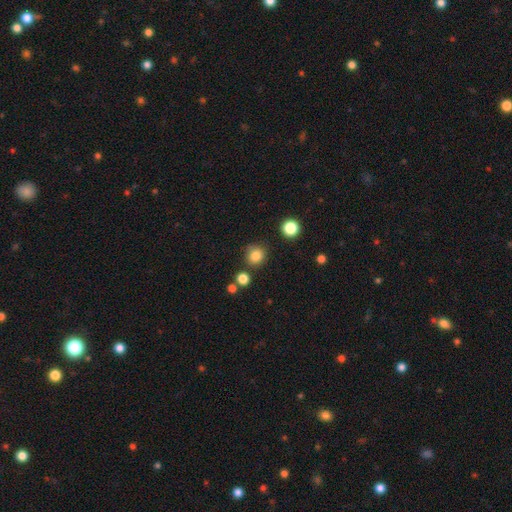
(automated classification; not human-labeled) This appears to be a smooth galaxy with no disk features (83%) that is round (88%). Merging: none (80%).